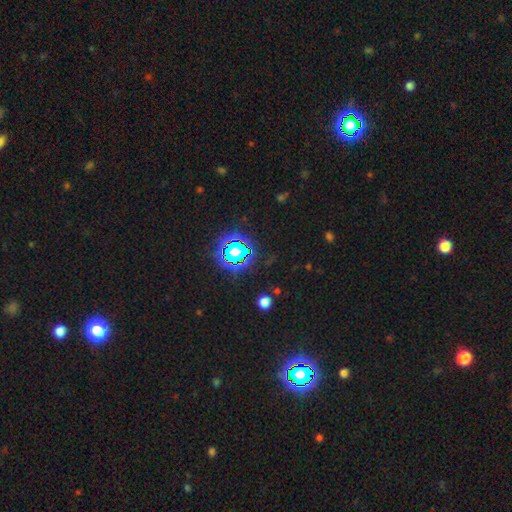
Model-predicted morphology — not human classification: This appears to be a star or artifact, not a galaxy (80%).